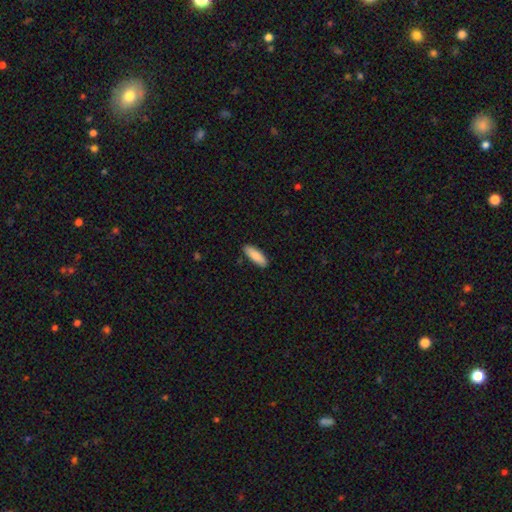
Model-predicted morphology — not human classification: smooth 87%, featured or disk 7%, star or artifact 5%. Down the decision tree: how rounded — in between (64%); merging — none (87%).